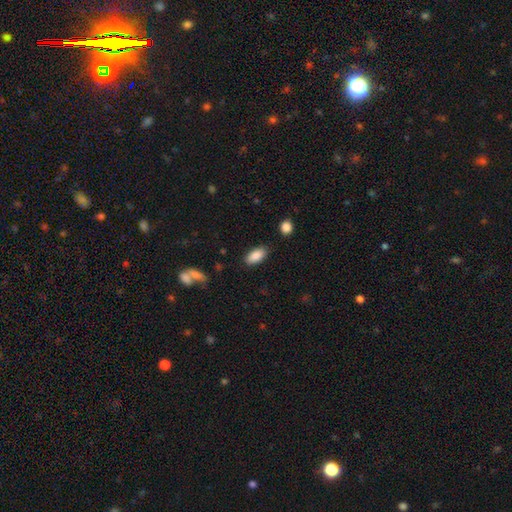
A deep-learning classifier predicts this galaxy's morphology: Q: Smooth or featured?
A: smooth (88%); runner-up: star or artifact (7%)
Q: How rounded?
A: in between (90%); runner-up: cigar-shaped (7%)
Q: Merging?
A: none (84%); runner-up: minor disturbance (11%)